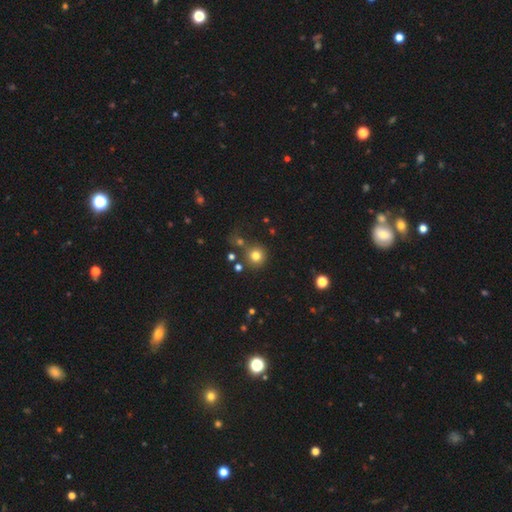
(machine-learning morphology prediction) smooth_or_featured: smooth (p=0.77) [alt: star or artifact p=0.15]
how_rounded: round (p=0.93) [alt: in between p=0.07]
merging: none (p=0.74) [alt: merger p=0.12]